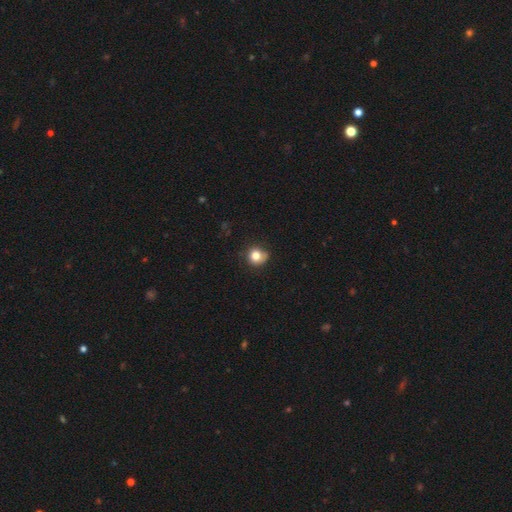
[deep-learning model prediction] Smooth or featured?
  - smooth: 80% *
  - star or artifact: 11%
  - featured or disk: 9%
How rounded?
  - round: 87% *
  - in between: 12%
  - cigar-shaped: 1%
Merging?
  - none: 71% *
  - minor disturbance: 22%
  - major disturbance: 5%
  - merger: 2%